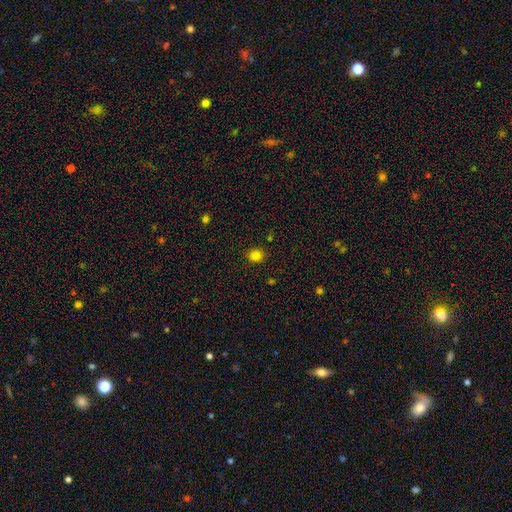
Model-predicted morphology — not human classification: Smooth or featured?
  - smooth: 82% *
  - star or artifact: 13%
  - featured or disk: 4%
How rounded?
  - round: 83% *
  - in between: 17%
  - cigar-shaped: 1%
Merging?
  - none: 89% *
  - minor disturbance: 7%
  - major disturbance: 2%
  - merger: 1%